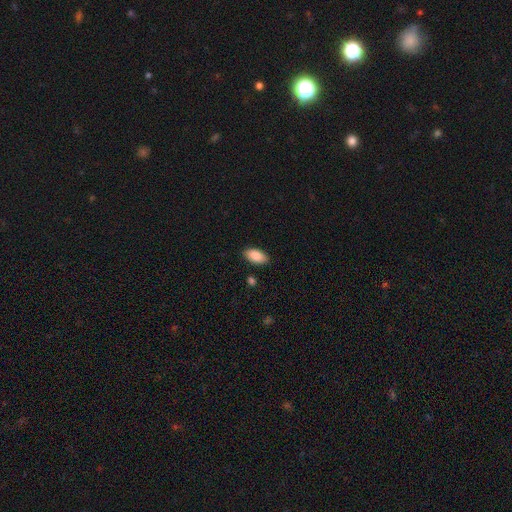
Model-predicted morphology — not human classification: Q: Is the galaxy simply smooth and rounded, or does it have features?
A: smooth — 88%.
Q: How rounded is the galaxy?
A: in between — 93%.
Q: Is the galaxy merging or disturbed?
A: none — 87%.